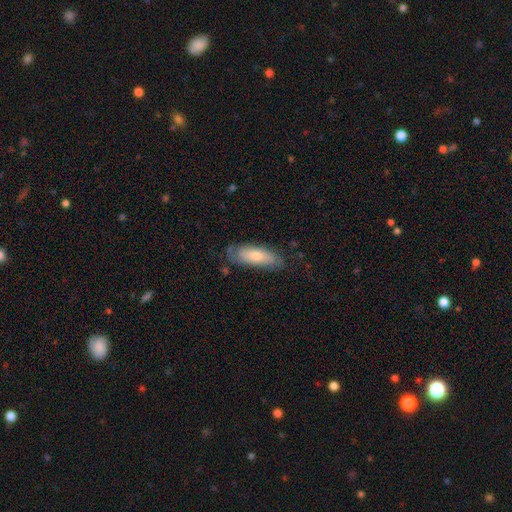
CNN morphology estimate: The model was most divided on "smooth or featured": smooth: 65%, featured or disk: 29%, star or artifact: 6%. More confident: how rounded — in between (71%); merging — none (67%).